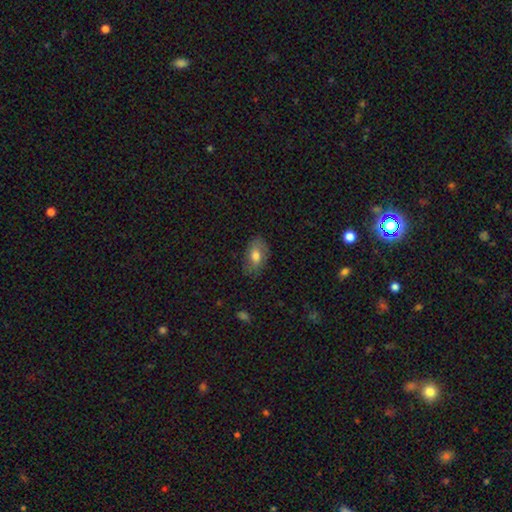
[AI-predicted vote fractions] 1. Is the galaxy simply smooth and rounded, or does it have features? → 73% smooth, 19% featured or disk, 8% star or artifact.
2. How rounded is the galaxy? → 89% in between, 9% round, 2% cigar-shaped.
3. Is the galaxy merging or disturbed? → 76% none, 18% minor disturbance, 4% major disturbance, 1% merger.